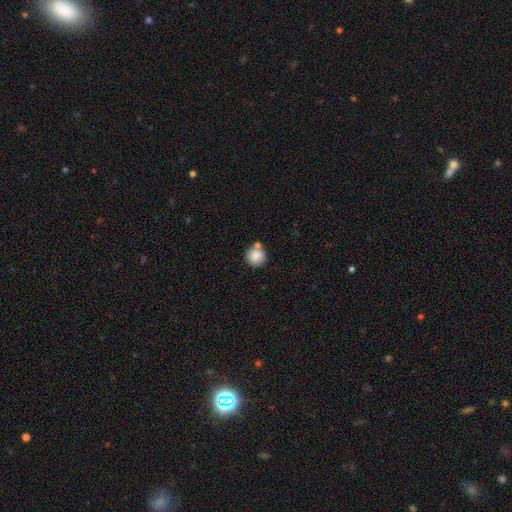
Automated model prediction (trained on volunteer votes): Smooth or featured? smooth (86%)
How rounded? round (93%)
Merging? none (67%)